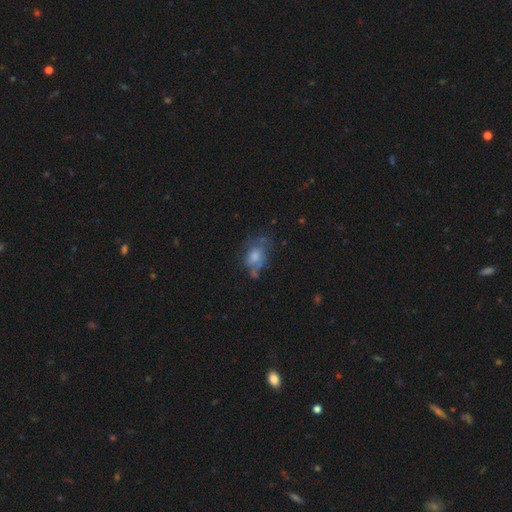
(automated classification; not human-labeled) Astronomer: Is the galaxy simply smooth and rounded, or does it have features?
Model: smooth — 52% (runner-up: featured or disk, 34%).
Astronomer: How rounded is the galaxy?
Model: in between — 64%.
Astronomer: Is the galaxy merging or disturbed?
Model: none — 45% (runner-up: minor disturbance, 26%).